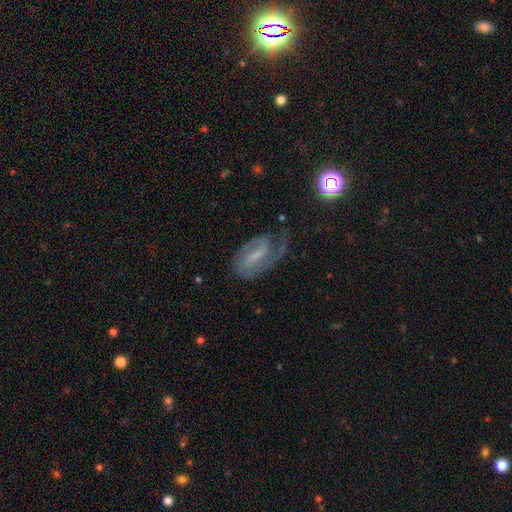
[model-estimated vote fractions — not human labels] Smooth or featured?
  - featured or disk: 77% *
  - smooth: 16%
  - star or artifact: 7%
Edge-on disk?
  - no: 96% *
  - yes: 4%
Bar?
  - weak: 49% *
  - strong: 34%
  - no: 18%
Spiral arms?
  - yes: 92% *
  - no: 8%
Spiral winding?
  - medium: 44% *
  - tight: 38%
  - loose: 18%
Spiral arm count?
  - 2: 52% *
  - 1: 32%
  - can't tell: 11%
  - 3: 2%
  - 4: 1%
  - more than 4: 1%
Bulge size?
  - small: 47% *
  - none: 27%
  - moderate: 22%
  - large: 3%
  - dominant: 1%
Merging?
  - none: 52% *
  - minor disturbance: 25%
  - major disturbance: 21%
  - merger: 2%